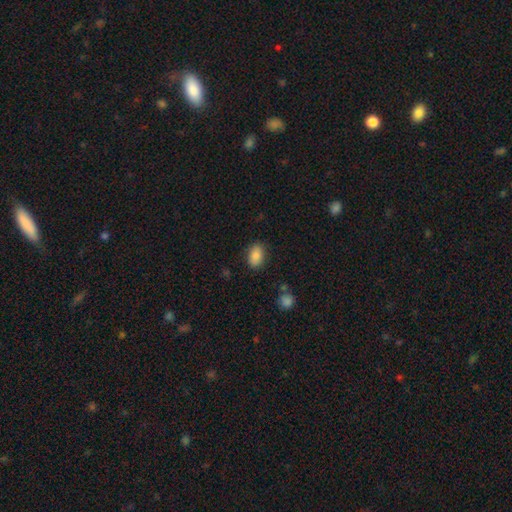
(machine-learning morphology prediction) A smooth galaxy with no disk features (85%) that is in between round and cigar-shaped (87%). Merging: none (85%).